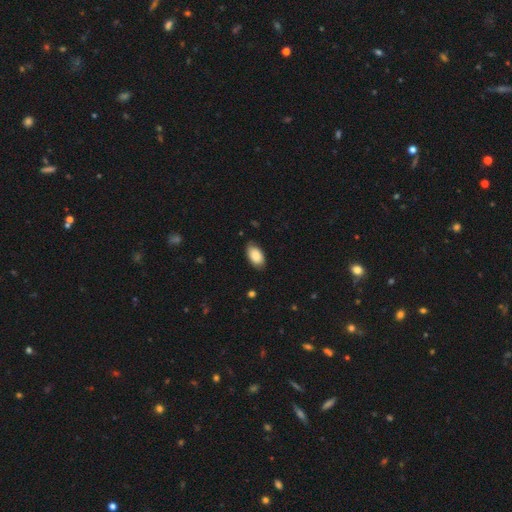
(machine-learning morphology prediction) This appears to be a smooth galaxy with no disk features (84%) that is in between round and cigar-shaped (95%). Merging: none (81%).